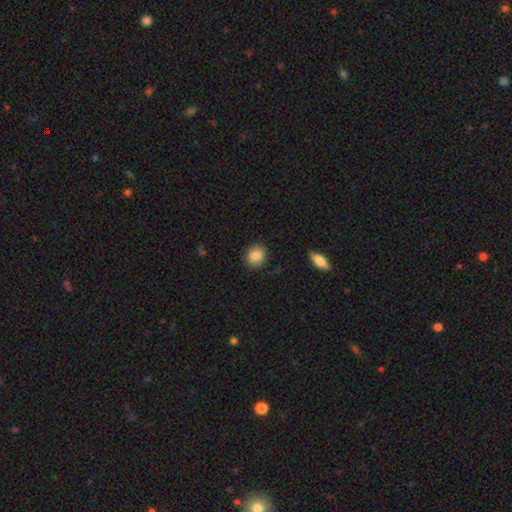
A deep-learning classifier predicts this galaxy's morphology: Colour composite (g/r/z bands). It shows a smooth galaxy with no disk features (87%) that is round (69%). Merging: none (88%).